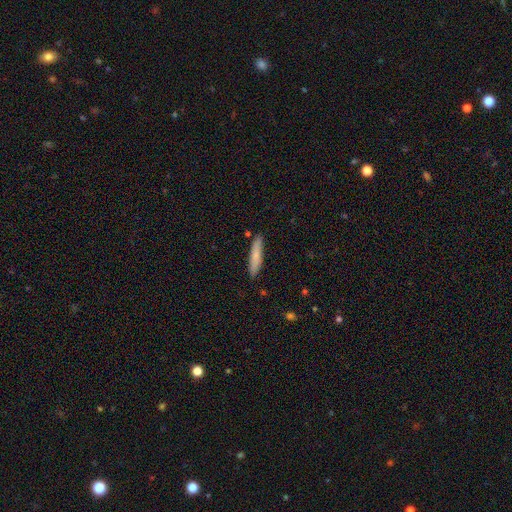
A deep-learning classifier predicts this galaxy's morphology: smooth_or_featured: smooth (p=0.76) [alt: featured or disk p=0.18]
how_rounded: cigar-shaped (p=0.87) [alt: in between p=0.11]
merging: none (p=0.87) [alt: minor disturbance p=0.09]